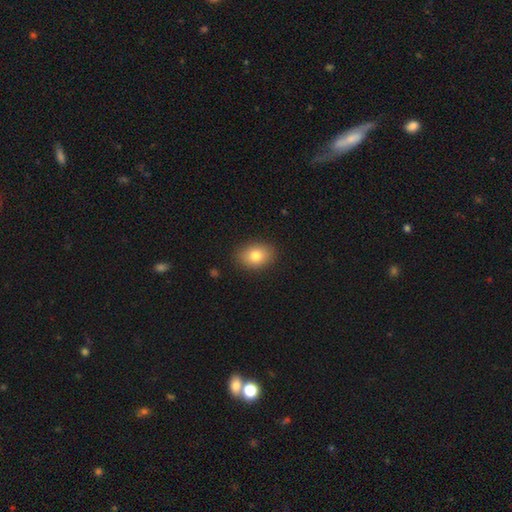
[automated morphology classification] smooth-or-featured: smooth: 80% | featured or disk: 11% | star or artifact: 9%
  how-rounded: in between: 68% | round: 31% | cigar-shaped: 1%
  merging: none: 88% | minor disturbance: 8% | major disturbance: 2% | merger: 1%